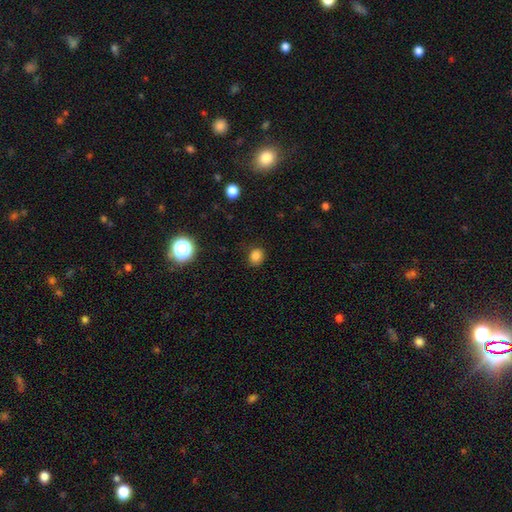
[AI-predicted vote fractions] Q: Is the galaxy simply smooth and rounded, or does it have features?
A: smooth — 82%.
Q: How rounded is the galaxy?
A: round — 67%.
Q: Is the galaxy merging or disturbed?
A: none — 86%.